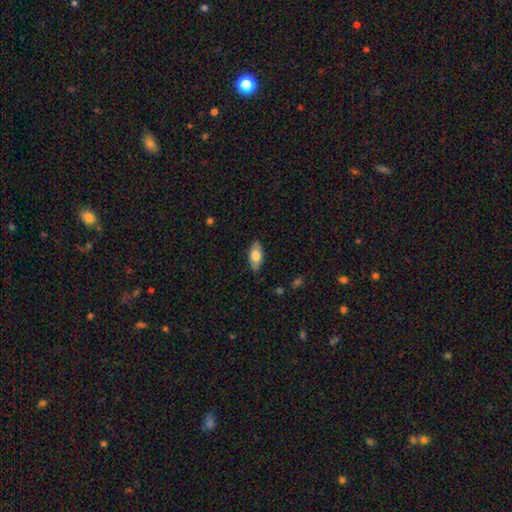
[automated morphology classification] smooth 73%, featured or disk 21%, star or artifact 6%. Down the decision tree: how rounded — in between (89%); merging — none (85%).